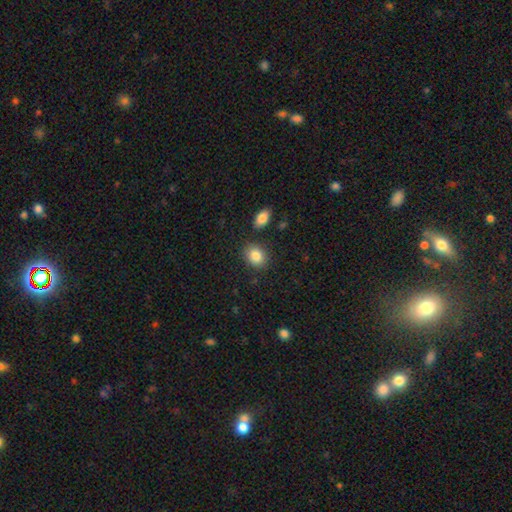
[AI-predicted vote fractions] This is clearly a smooth galaxy (86%). How rounded: possibly in between (54%). Merging: clearly none (81%).